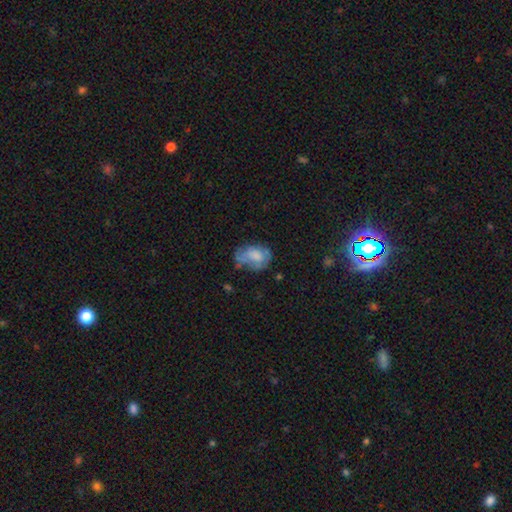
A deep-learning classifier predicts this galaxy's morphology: Overall: smooth (58%; featured or disk 32%). How rounded: in between (75%). Merging: none (40%; minor disturbance 32%).